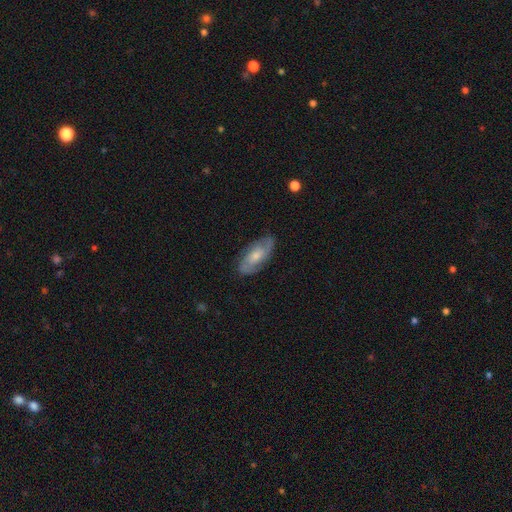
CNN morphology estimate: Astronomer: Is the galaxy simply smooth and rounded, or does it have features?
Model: featured or disk — 62%.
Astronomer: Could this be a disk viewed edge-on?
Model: no — 90%.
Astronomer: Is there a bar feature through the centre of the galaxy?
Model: no — 65%.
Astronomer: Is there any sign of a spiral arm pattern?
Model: yes — 88%.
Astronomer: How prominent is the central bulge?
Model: moderate — 48% (runner-up: small, 41%).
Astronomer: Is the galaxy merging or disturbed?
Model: none — 80%.